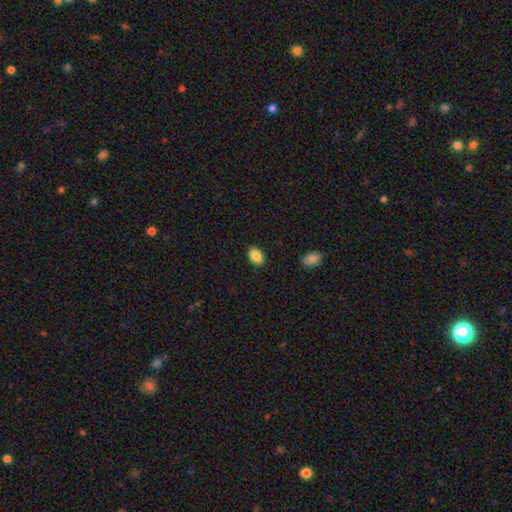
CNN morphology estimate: This appears to be a smooth galaxy with no disk features (87%) that is in between round and cigar-shaped (85%). Merging: none (88%).